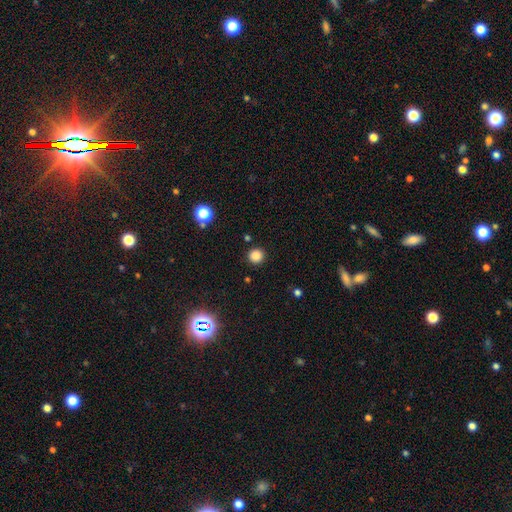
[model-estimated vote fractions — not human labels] smooth_or_featured: smooth (p=0.84) [alt: star or artifact p=0.13]
how_rounded: round (p=0.94) [alt: in between p=0.05]
merging: none (p=0.91) [alt: minor disturbance p=0.05]